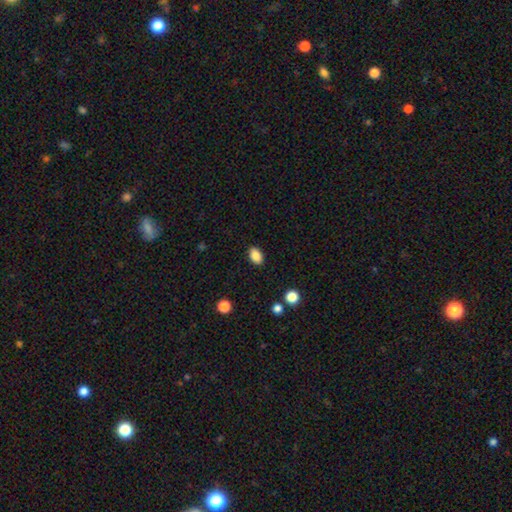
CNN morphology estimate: A smooth galaxy with no disk features (87%) that is in between round and cigar-shaped (88%). Merging: none (88%).